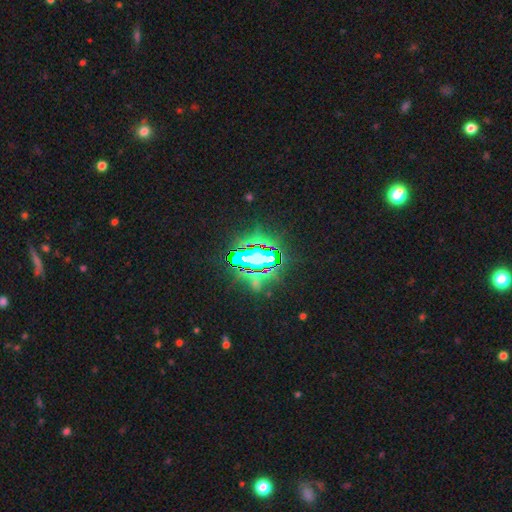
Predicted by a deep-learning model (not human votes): Smooth or featured? Predicted: star or artifact (p=0.84).